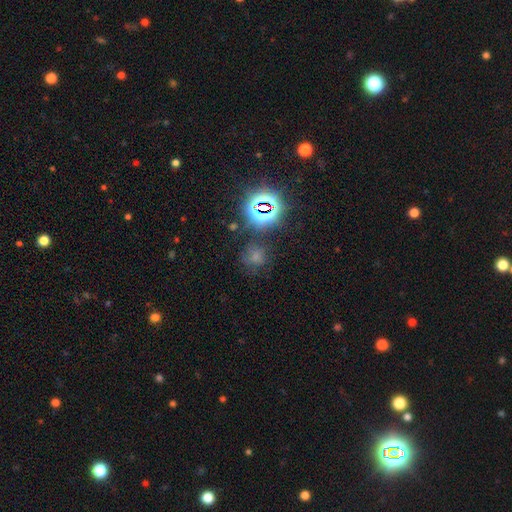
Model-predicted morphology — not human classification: smooth_or_featured: smooth (p=0.52) [alt: star or artifact p=0.38]
how_rounded: round (p=0.80) [alt: in between p=0.19]
merging: none (p=0.66) [alt: minor disturbance p=0.18]